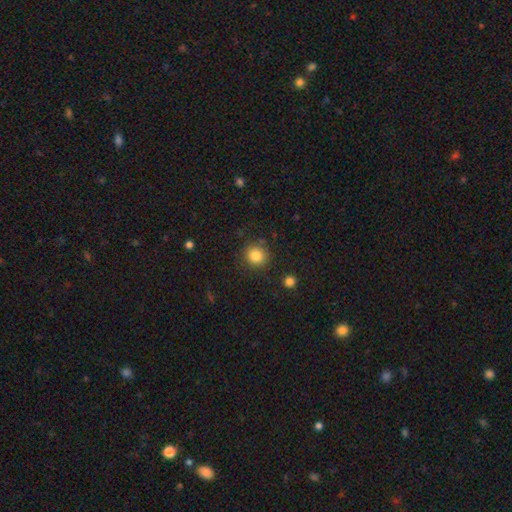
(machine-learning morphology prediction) This is clearly a smooth galaxy (84%). How rounded: clearly round (90%). Merging: clearly none (86%).